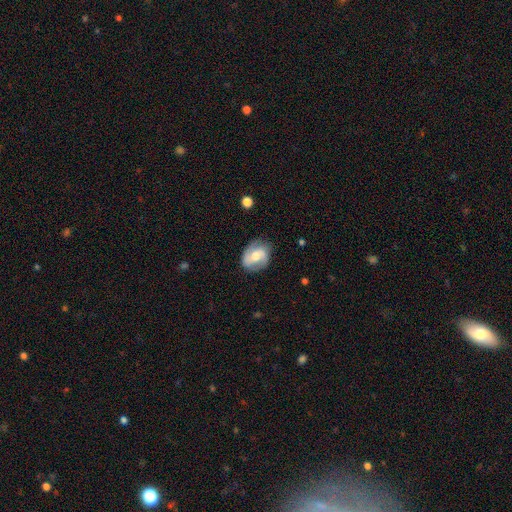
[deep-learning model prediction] Morphology: type=featured or disk (69%); edge-on=no (97%); bar=no (44%); spiral arms=yes (90%); winding=medium (46%); arm count=2 (82%); bulge=moderate (67%); merging=none (75%).